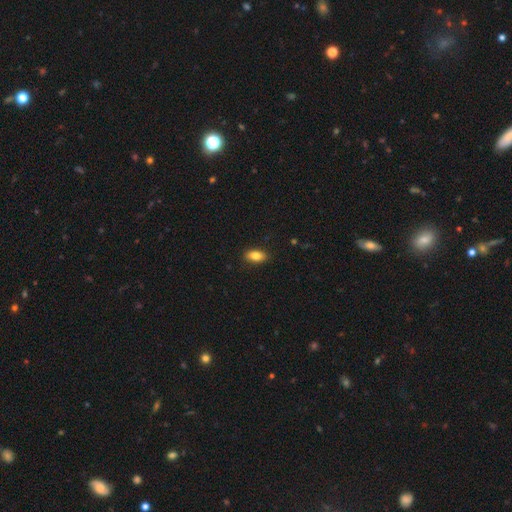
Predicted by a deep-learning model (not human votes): Morphology: type=smooth (82%); roundness=in between (88%); merging=none (88%).